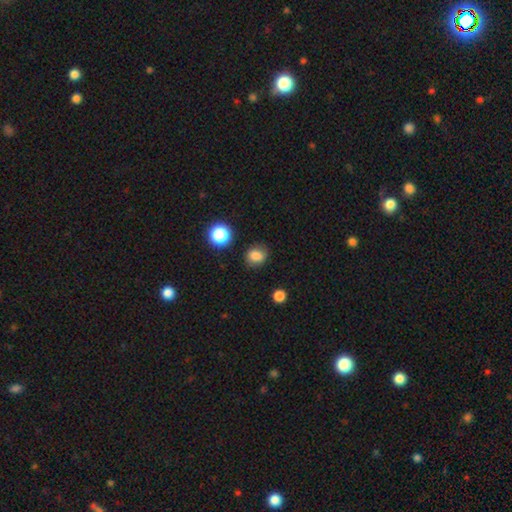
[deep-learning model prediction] A smooth galaxy with no disk features (82%) that is round (68%). Merging: none (82%).